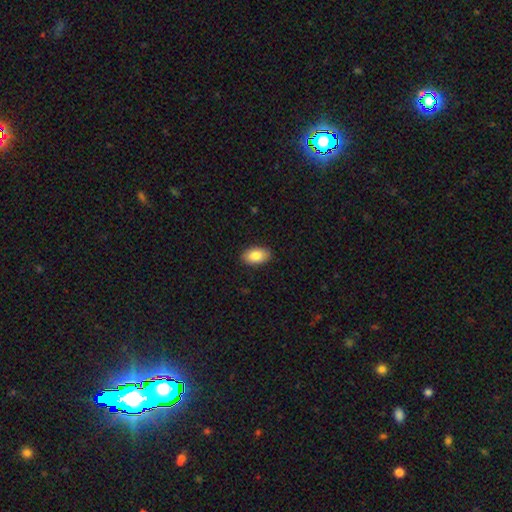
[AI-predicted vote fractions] This is clearly a smooth galaxy (84%). How rounded: clearly in between (93%). Merging: clearly none (90%).